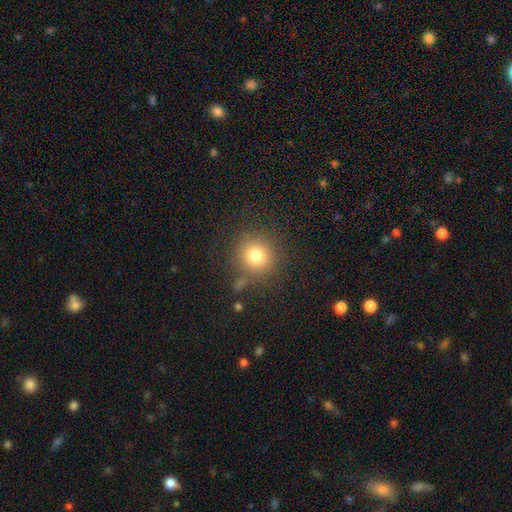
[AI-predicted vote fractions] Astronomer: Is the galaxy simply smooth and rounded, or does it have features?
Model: smooth — 80%.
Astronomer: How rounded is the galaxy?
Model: round — 91%.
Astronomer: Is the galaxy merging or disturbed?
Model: none — 81%.